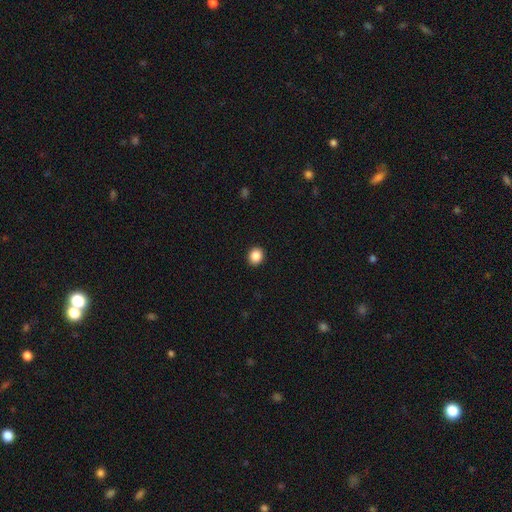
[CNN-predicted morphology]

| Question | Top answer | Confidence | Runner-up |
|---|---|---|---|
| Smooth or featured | smooth | 87% | star or artifact (10%) |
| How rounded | round | 76% | in between (24%) |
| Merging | none | 92% | minor disturbance (5%) |